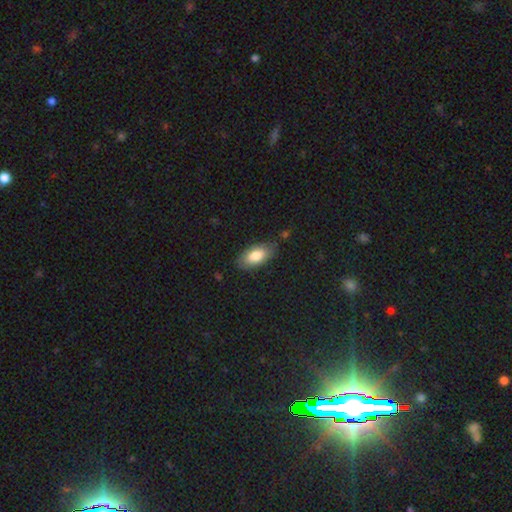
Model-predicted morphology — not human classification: The model was most divided on "merging": none: 80%, minor disturbance: 15%, major disturbance: 3%, merger: 2%. More confident: how rounded — in between (93%); smooth or featured — smooth (82%).